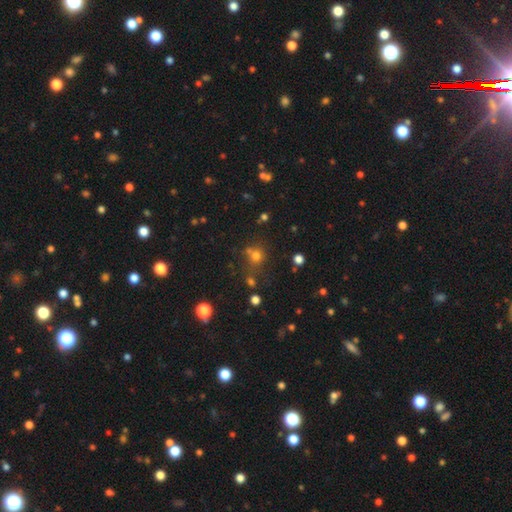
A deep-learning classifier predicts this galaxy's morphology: Q: Smooth or featured?
A: smooth (67%); runner-up: star or artifact (24%)
Q: How rounded?
A: round (86%); runner-up: in between (13%)
Q: Merging?
A: none (62%); runner-up: merger (19%)